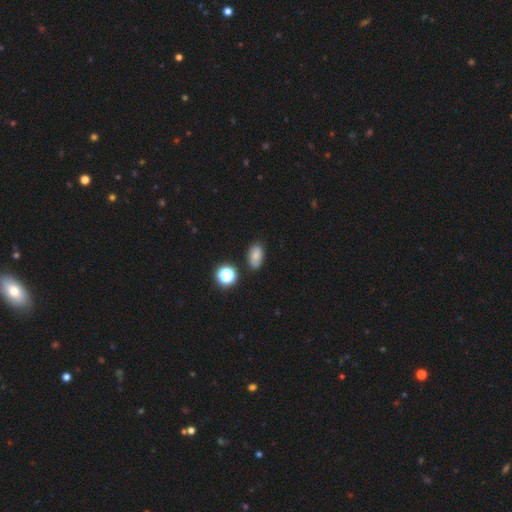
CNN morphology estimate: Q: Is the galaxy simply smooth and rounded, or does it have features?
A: smooth — 75%.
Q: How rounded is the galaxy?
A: in between — 88%.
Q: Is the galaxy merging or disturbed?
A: none — 78%.